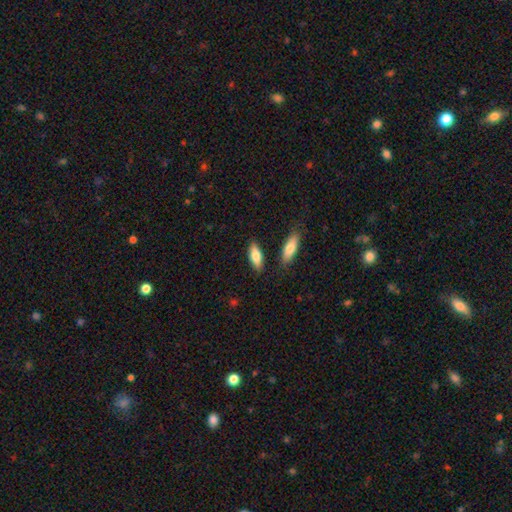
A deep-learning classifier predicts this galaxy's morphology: type=smooth (80%); roundness=in between (71%); merging=none (82%).